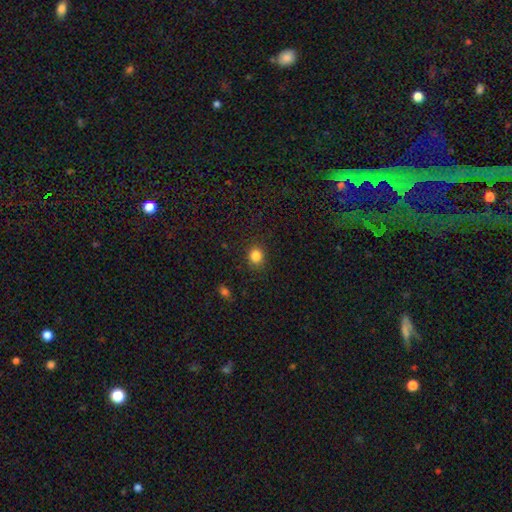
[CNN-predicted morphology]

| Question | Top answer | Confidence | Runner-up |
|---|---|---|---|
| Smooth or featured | smooth | 84% | star or artifact (12%) |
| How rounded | round | 79% | in between (20%) |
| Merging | none | 88% | minor disturbance (8%) |